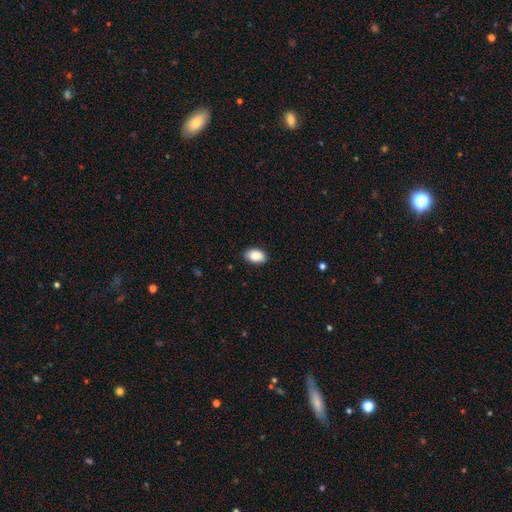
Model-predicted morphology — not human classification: Smooth or featured?
  - smooth: 90% *
  - star or artifact: 7%
  - featured or disk: 3%
How rounded?
  - in between: 91% *
  - round: 8%
  - cigar-shaped: 1%
Merging?
  - none: 87% *
  - minor disturbance: 10%
  - major disturbance: 2%
  - merger: 1%